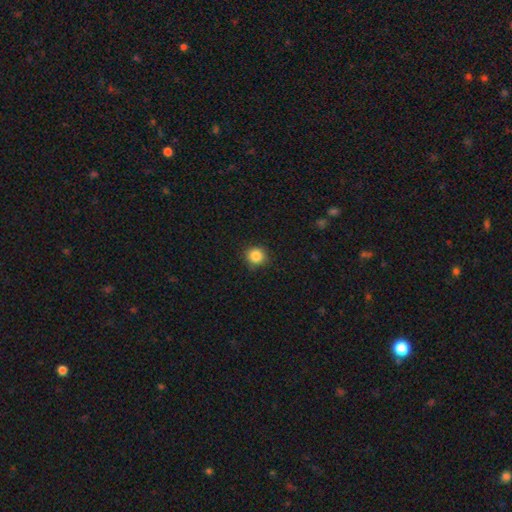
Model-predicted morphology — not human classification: Smooth or featured?
  - smooth: 86% *
  - star or artifact: 11%
  - featured or disk: 4%
How rounded?
  - round: 92% *
  - in between: 7%
  - cigar-shaped: 1%
Merging?
  - none: 86% *
  - minor disturbance: 10%
  - major disturbance: 2%
  - merger: 1%